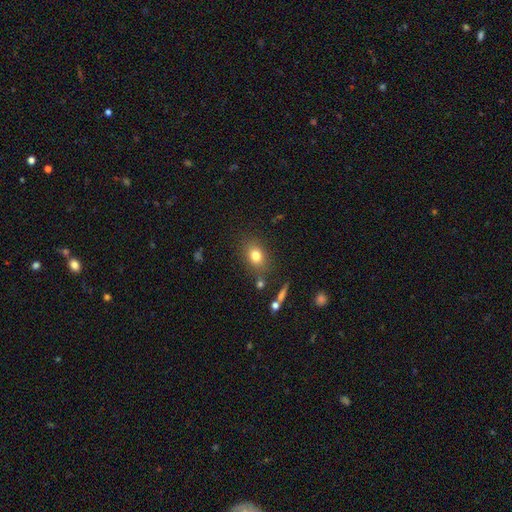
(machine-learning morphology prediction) This is likely a smooth galaxy (79%). How rounded: likely in between (60%). Merging: likely none (80%).